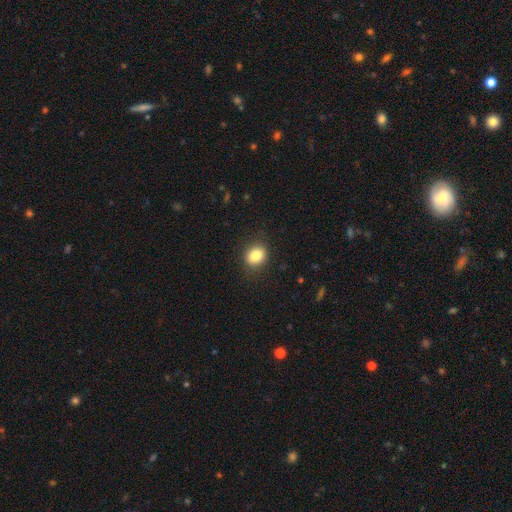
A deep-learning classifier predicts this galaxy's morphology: Smooth or featured? smooth (84%)
How rounded? round (56%)
Merging? none (86%)